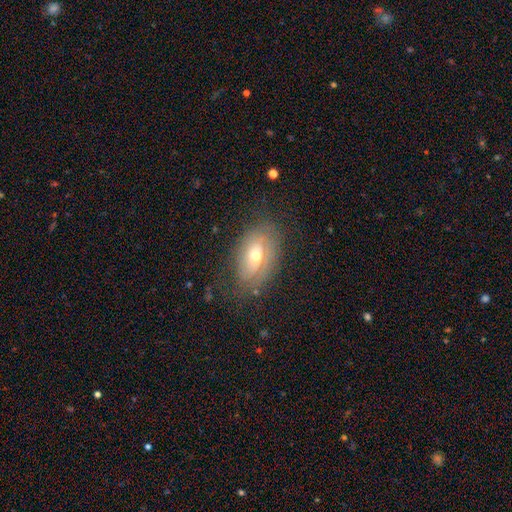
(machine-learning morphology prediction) Q: Smooth or featured?
A: featured or disk (57%); runner-up: smooth (34%)
Q: Edge-on disk?
A: no (89%); runner-up: yes (11%)
Q: Bar?
A: no (62%); runner-up: weak (29%)
Q: Spiral arms?
A: yes (65%); runner-up: no (35%)
Q: Bulge size?
A: moderate (62%); runner-up: small (32%)
Q: Merging?
A: none (72%); runner-up: minor disturbance (20%)